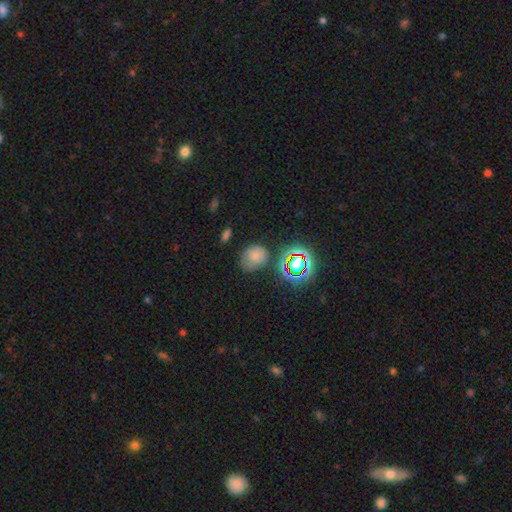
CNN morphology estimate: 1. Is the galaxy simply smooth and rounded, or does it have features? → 68% smooth, 21% star or artifact, 11% featured or disk.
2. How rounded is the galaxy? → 50% in between, 49% round, 1% cigar-shaped.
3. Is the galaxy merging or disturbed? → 62% none, 24% minor disturbance, 8% major disturbance, 6% merger.